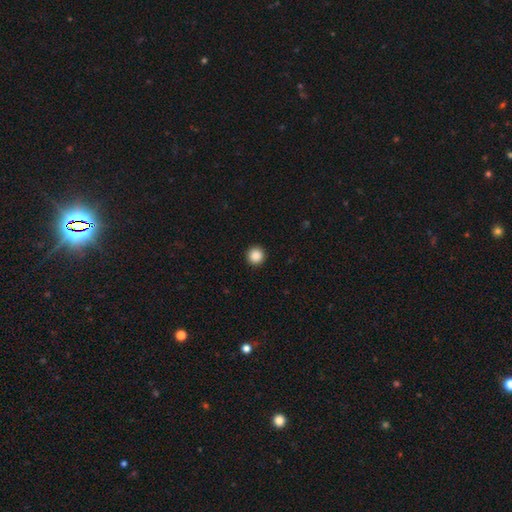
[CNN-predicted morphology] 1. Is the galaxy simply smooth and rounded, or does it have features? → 88% smooth, 9% star or artifact, 2% featured or disk.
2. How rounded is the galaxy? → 96% round, 3% in between, 1% cigar-shaped.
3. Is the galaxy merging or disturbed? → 93% none, 4% minor disturbance, 2% major disturbance, 1% merger.